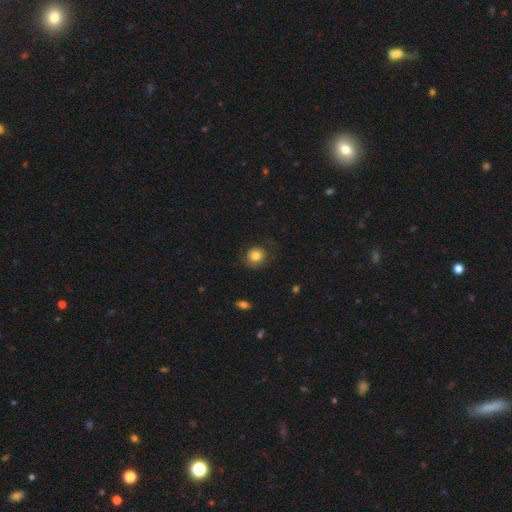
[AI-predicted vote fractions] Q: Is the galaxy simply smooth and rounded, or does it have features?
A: smooth — 80%.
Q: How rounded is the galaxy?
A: round — 81%.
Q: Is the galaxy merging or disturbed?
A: none — 72%.